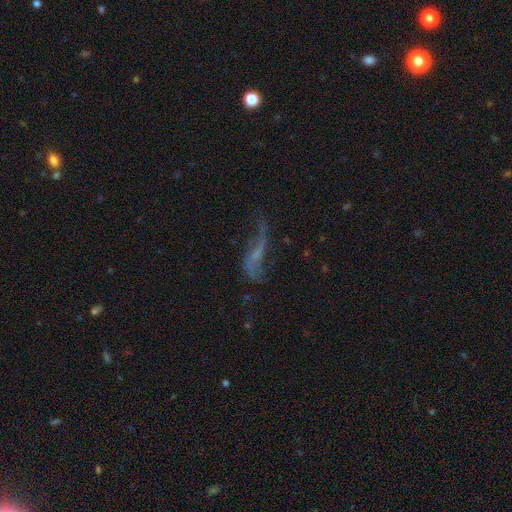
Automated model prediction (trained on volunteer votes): Overall: featured or disk (68%). Edge-on disk: no (84%). Bar: no (56%; weak 31%). Spiral arms: yes (77%). Bulge size: small (47%; none 40%). Merging: none (46%; major disturbance 26%).